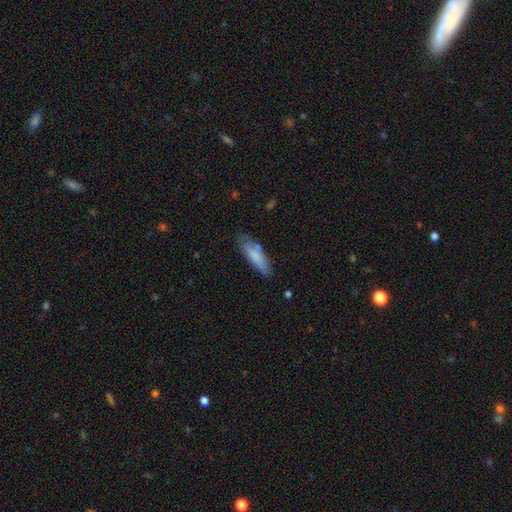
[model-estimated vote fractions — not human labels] Smooth or featured? Predicted: smooth (p=0.78). How rounded? Predicted: cigar-shaped (p=0.60). Merging? Predicted: none (p=0.71).